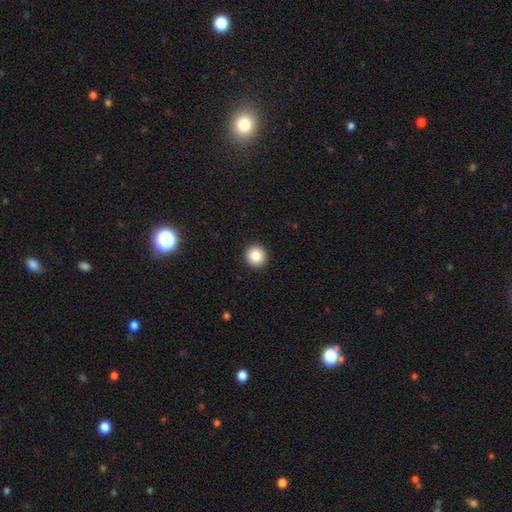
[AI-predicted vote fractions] Q: Smooth or featured?
A: smooth (87%); runner-up: star or artifact (9%)
Q: How rounded?
A: round (95%); runner-up: in between (4%)
Q: Merging?
A: none (93%); runner-up: minor disturbance (4%)